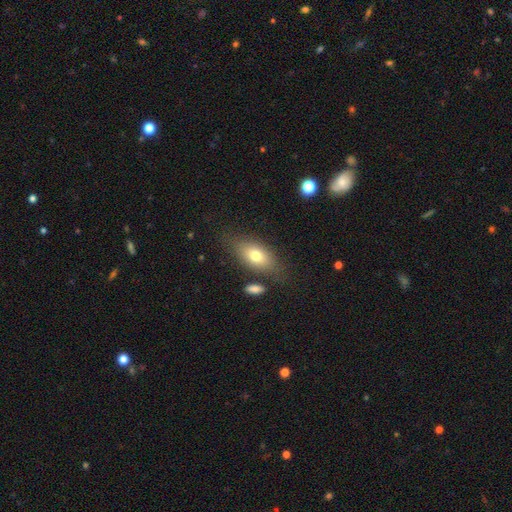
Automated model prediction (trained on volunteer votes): smooth_or_featured: smooth (p=0.72) [alt: featured or disk p=0.19]
how_rounded: in between (p=0.83) [alt: round p=0.09]
merging: none (p=0.72) [alt: minor disturbance p=0.15]